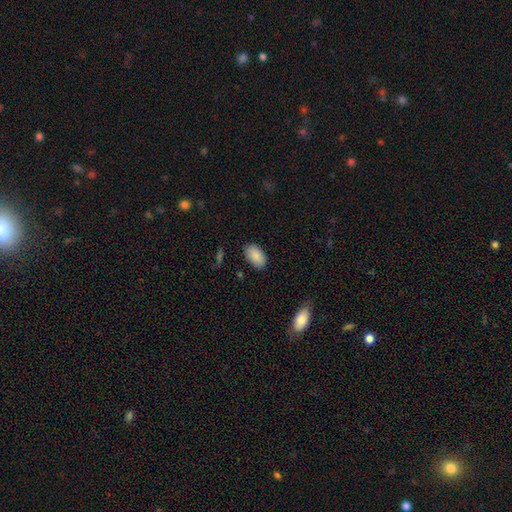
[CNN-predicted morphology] A smooth galaxy with no disk features (89%) that is in between round and cigar-shaped (94%). Merging: none (85%).